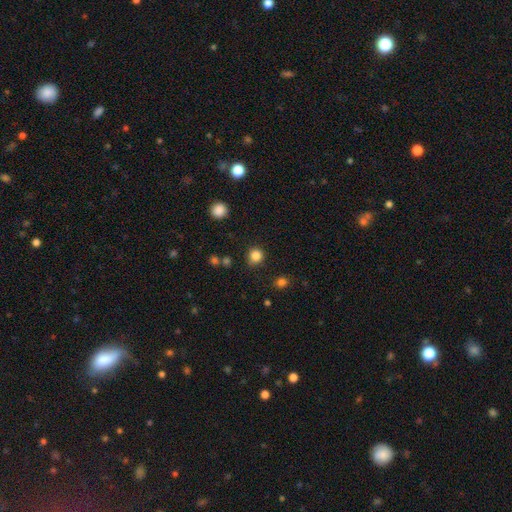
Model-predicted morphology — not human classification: Smooth or featured? Predicted: smooth (p=0.84). How rounded? Predicted: round (p=0.91). Merging? Predicted: none (p=0.85).